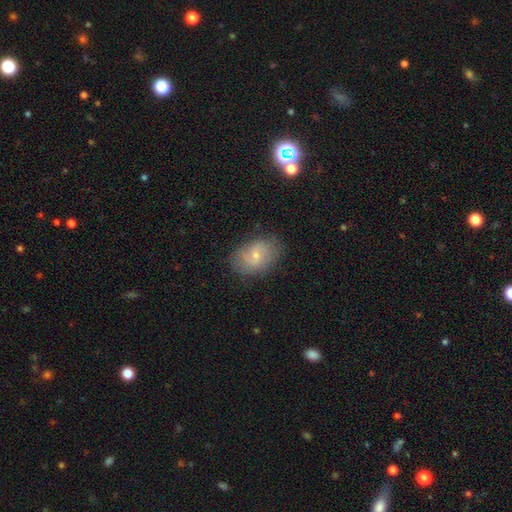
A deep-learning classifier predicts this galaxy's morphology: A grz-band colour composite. It shows a smooth galaxy with no disk features (50%). Merging: none (77%).